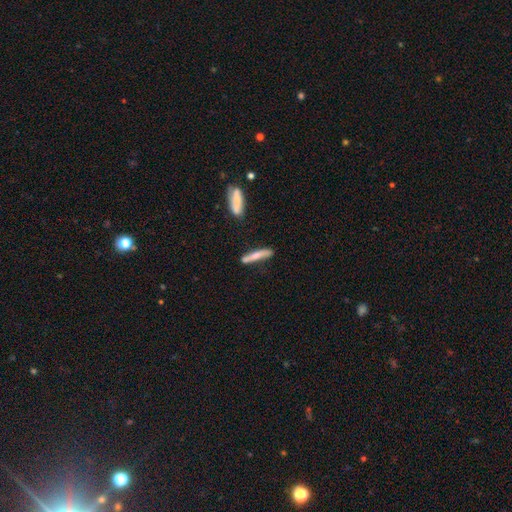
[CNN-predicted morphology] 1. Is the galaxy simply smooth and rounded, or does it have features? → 62% smooth, 32% featured or disk, 6% star or artifact.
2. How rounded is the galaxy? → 91% cigar-shaped, 7% in between, 2% round.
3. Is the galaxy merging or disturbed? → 68% none, 18% minor disturbance, 9% merger, 5% major disturbance.